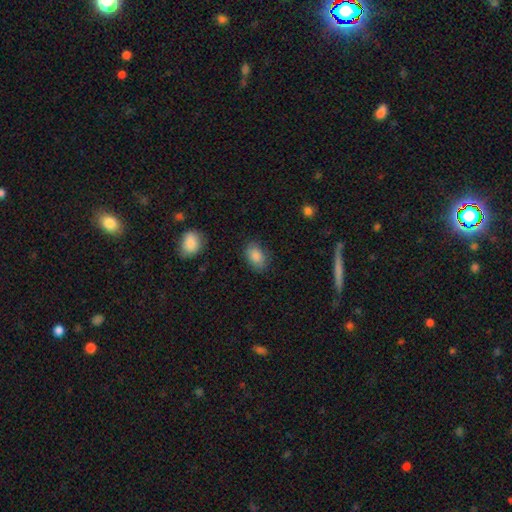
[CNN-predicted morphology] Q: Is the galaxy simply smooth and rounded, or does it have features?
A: smooth — 86%.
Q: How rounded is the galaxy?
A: in between — 85%.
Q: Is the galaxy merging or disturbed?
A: none — 84%.